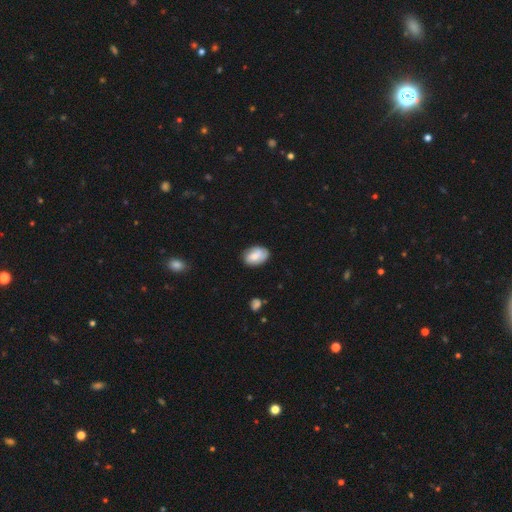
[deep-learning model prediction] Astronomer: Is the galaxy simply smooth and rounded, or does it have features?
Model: smooth — 69%.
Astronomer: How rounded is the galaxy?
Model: in between — 84%.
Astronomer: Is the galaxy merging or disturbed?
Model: none — 73%.